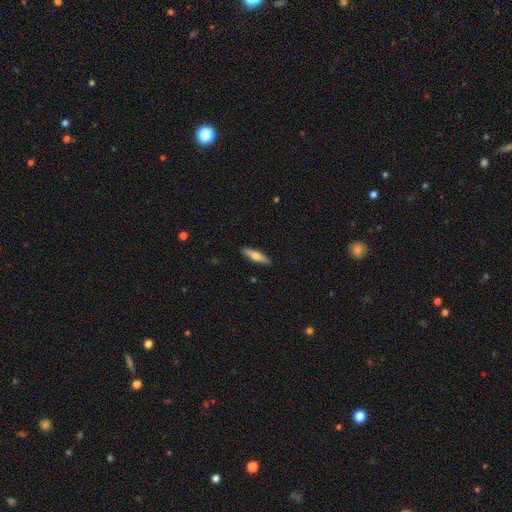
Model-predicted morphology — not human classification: Smooth or featured? Predicted: smooth (p=0.69). How rounded? Predicted: cigar-shaped (p=0.65). Merging? Predicted: none (p=0.89).